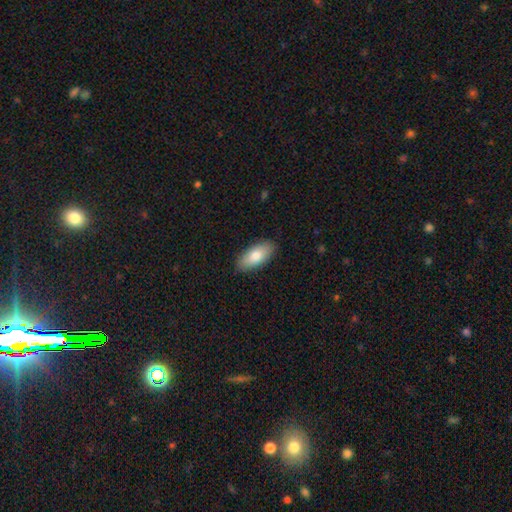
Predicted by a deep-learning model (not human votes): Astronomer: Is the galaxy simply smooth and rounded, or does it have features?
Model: smooth — 81%.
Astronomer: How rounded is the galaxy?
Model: in between — 87%.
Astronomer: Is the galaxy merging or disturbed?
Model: none — 88%.